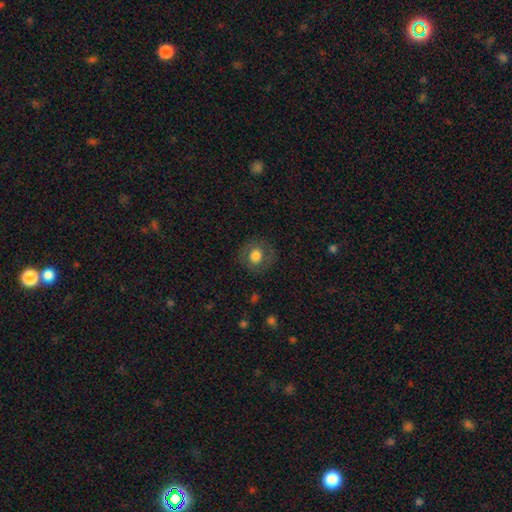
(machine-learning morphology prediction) smooth-or-featured: smooth: 70% | featured or disk: 21% | star or artifact: 10%
  how-rounded: round: 77% | in between: 22% | cigar-shaped: 1%
  merging: none: 82% | minor disturbance: 11% | major disturbance: 5% | merger: 1%